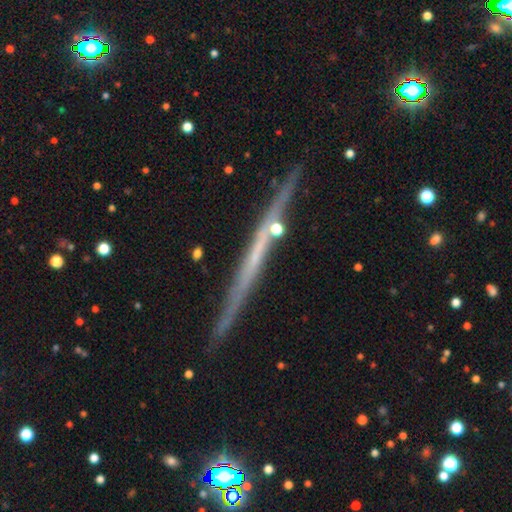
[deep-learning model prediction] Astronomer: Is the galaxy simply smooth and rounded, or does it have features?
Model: featured or disk — 66%.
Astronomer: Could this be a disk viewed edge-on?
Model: yes — 97%.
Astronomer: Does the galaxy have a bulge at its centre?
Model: none — 85%.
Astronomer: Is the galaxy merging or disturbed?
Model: none — 86%.